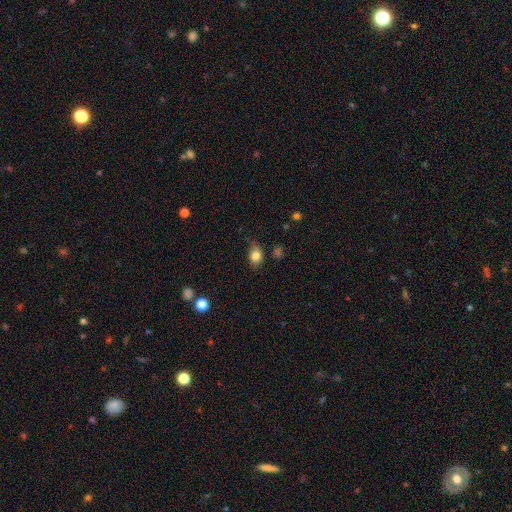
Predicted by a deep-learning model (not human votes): Smooth or featured: smooth — 83% (star or artifact — 10%)
How rounded: in between — 67% (round — 31%)
Merging: none — 72% (minor disturbance — 21%)